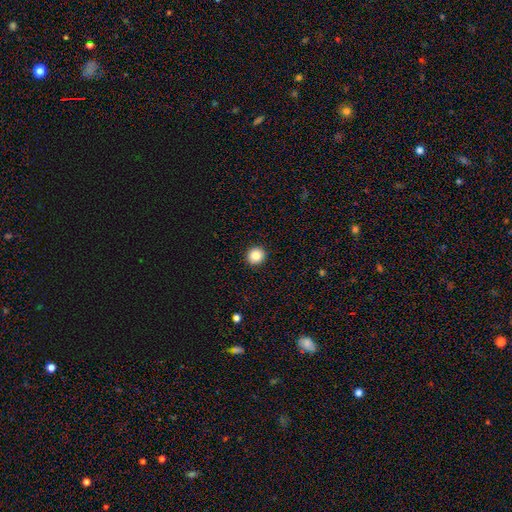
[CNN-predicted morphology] Smooth or featured? smooth (86%)
How rounded? round (92%)
Merging? none (93%)